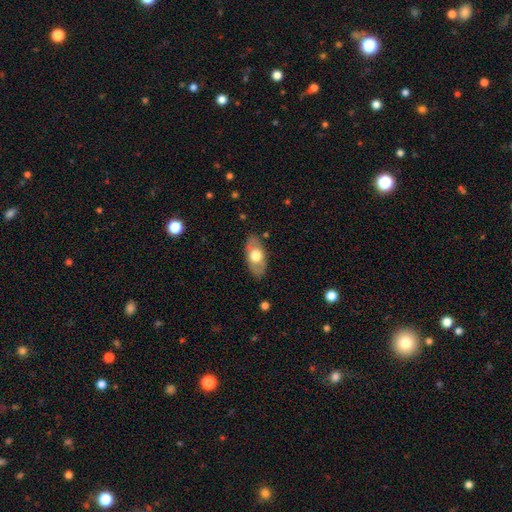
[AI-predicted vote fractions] This is possibly a smooth galaxy (54%). How rounded: clearly in between (90%). Merging: clearly none (82%).